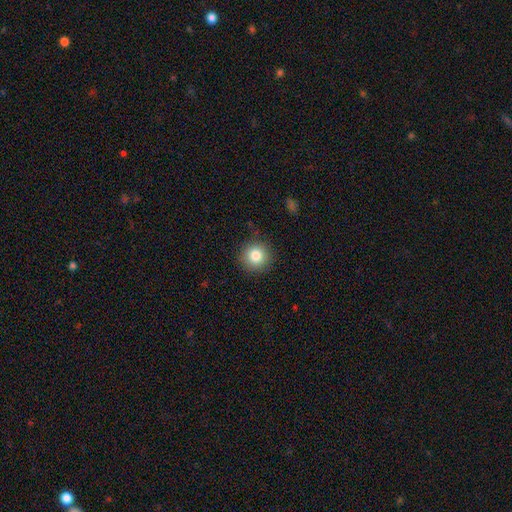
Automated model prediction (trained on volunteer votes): Morphology: type=smooth (83%); roundness=round (93%); merging=none (89%).